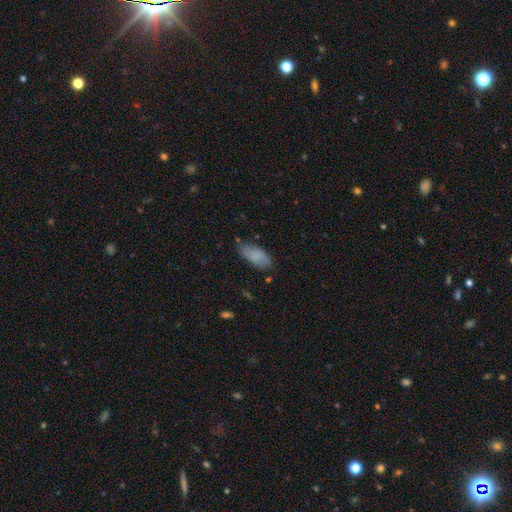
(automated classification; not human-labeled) A smooth galaxy with no disk features (81%) that is in between round and cigar-shaped (87%).

Vote fractions:
- Smooth or featured? smooth: 81% / featured or disk: 12% / star or artifact: 7%
- How rounded? in between: 87% / cigar-shaped: 11% / round: 2%
- Merging? none: 63% / minor disturbance: 28% / major disturbance: 6% / merger: 3%